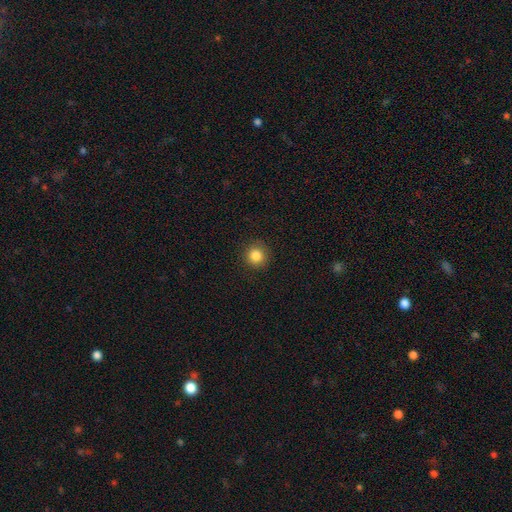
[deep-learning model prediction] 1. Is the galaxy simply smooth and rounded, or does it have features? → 85% smooth, 11% star or artifact, 4% featured or disk.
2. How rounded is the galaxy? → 94% round, 5% in between, 1% cigar-shaped.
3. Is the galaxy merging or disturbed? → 90% none, 6% minor disturbance, 2% major disturbance, 1% merger.